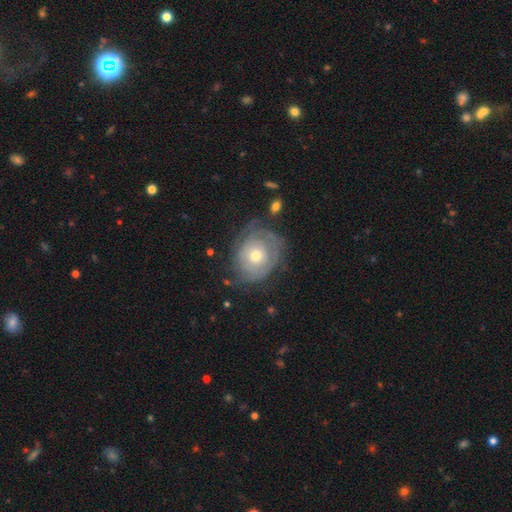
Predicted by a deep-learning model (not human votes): A featured or disk galaxy (66%) with no bar (85%), spiral arms (73%) and a moderate central bulge (62%).

Vote fractions:
- Smooth or featured? featured or disk: 66% / smooth: 27% / star or artifact: 7%
- Edge-on disk? no: 96% / yes: 4%
- Bar? no: 85% / weak: 12% / strong: 3%
- Spiral arms? yes: 73% / no: 27%
- Bulge size? moderate: 62% / small: 31% / large: 5% / dominant: 1% / none: 1%
- Merging? none: 61% / minor disturbance: 23% / major disturbance: 14% / merger: 2%